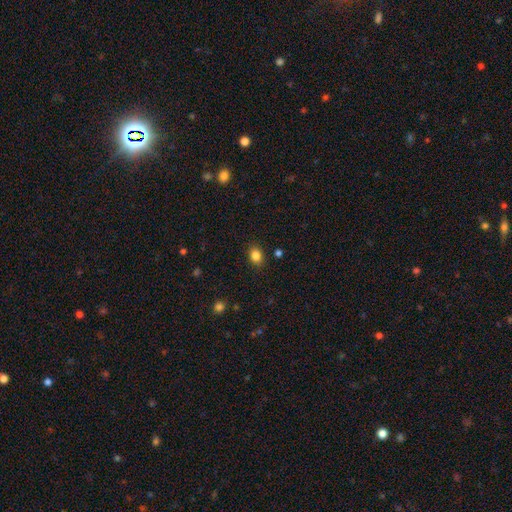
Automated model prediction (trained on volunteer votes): A smooth galaxy with no disk features (85%) that is in between round and cigar-shaped (61%).

Vote fractions:
- Smooth or featured? smooth: 85% / star or artifact: 11% / featured or disk: 5%
- How rounded? in between: 61% / round: 38% / cigar-shaped: 1%
- Merging? none: 87% / minor disturbance: 9% / major disturbance: 2% / merger: 2%